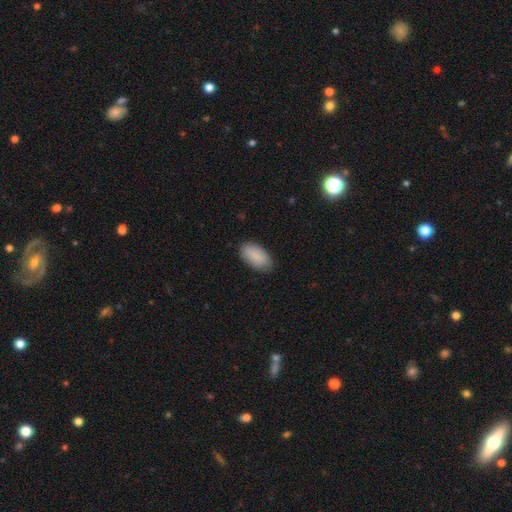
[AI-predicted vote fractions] This is clearly a smooth galaxy (89%). How rounded: clearly in between (94%). Merging: clearly none (83%).